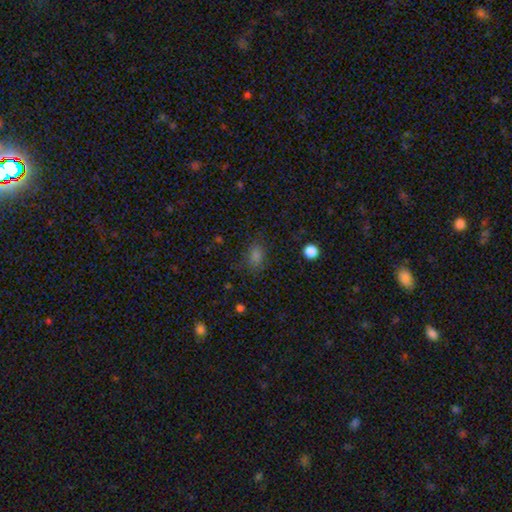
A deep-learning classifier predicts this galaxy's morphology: This appears to be a smooth galaxy with no disk features (75%) that is in between round and cigar-shaped (71%). Merging: none (79%).